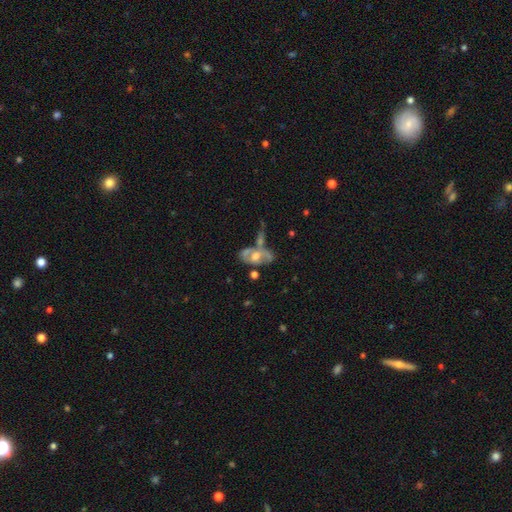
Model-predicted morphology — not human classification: The model was most divided on "merging": merger: 36%, none: 32%, minor disturbance: 16%, major disturbance: 15%. More confident: edge-on disk — no (88%); bar — no (78%); smooth or featured — featured or disk (63%); bulge size — moderate (60%); spiral arms — no (57%).